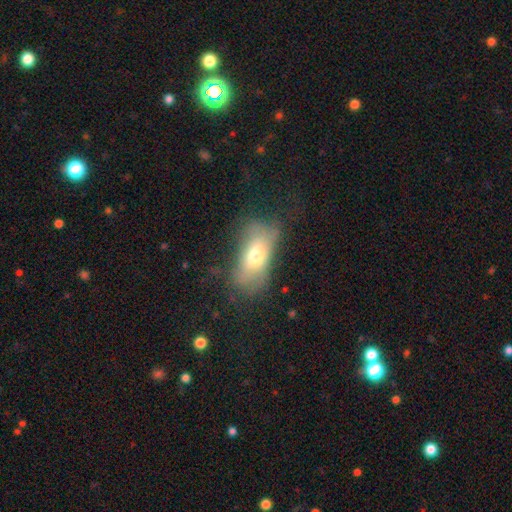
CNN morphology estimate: Smooth or featured?
  - smooth: 64% *
  - featured or disk: 25%
  - star or artifact: 11%
How rounded?
  - in between: 86% *
  - round: 7%
  - cigar-shaped: 7%
Merging?
  - none: 52% *
  - minor disturbance: 27%
  - major disturbance: 20%
  - merger: 2%